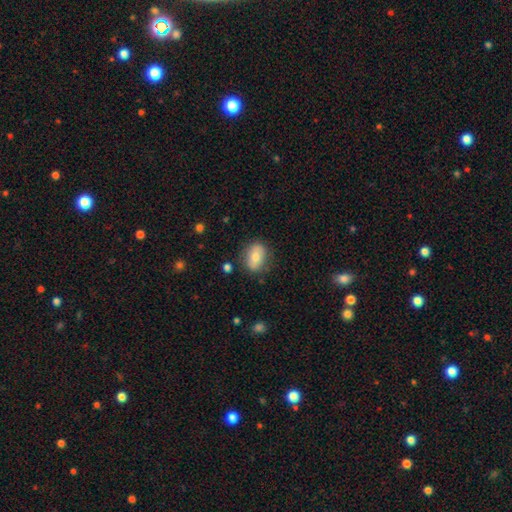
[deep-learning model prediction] smooth-or-featured: smooth: 72% | featured or disk: 21% | star or artifact: 8%
  how-rounded: in between: 75% | round: 23% | cigar-shaped: 2%
  merging: none: 79% | minor disturbance: 15% | major disturbance: 4% | merger: 2%